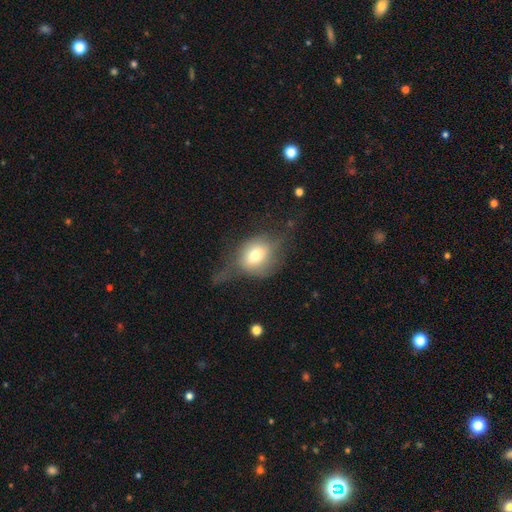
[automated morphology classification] smooth 66%, featured or disk 23%, star or artifact 10%. Down the decision tree: how rounded — round (58%); merging — none (36%).